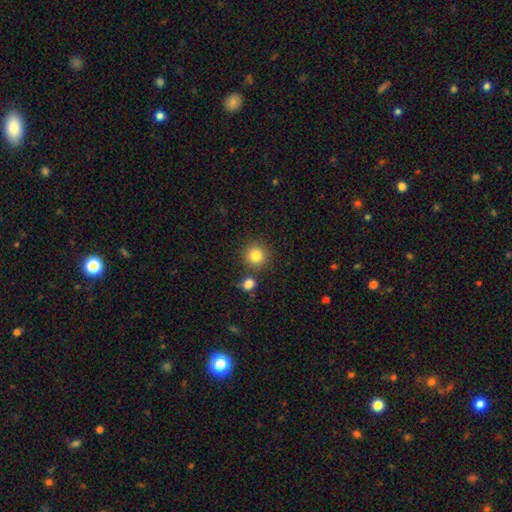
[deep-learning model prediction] Q: Smooth or featured?
A: smooth (83%); runner-up: star or artifact (11%)
Q: How rounded?
A: round (92%); runner-up: in between (7%)
Q: Merging?
A: none (79%); runner-up: merger (10%)